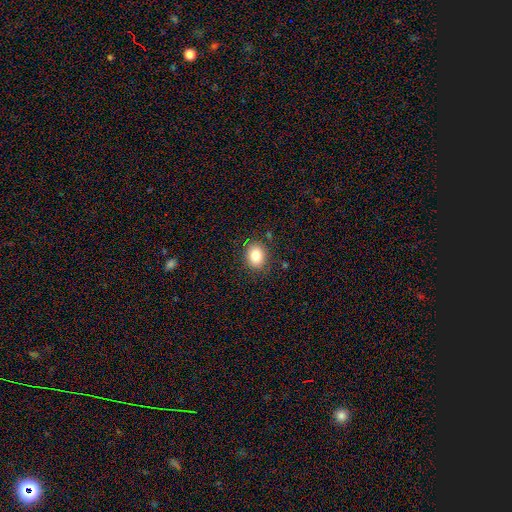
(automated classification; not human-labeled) This is clearly a smooth galaxy (83%). How rounded: possibly in between (52%). Merging: clearly none (85%).